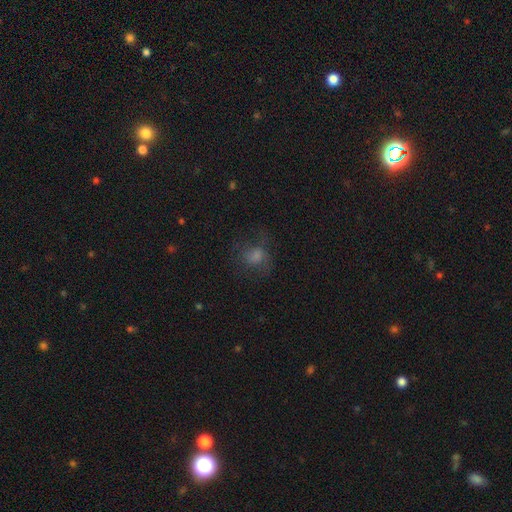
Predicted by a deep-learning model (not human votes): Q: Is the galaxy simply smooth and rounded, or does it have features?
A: smooth — 56%.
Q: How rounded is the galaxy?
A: round — 61%.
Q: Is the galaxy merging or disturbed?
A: none — 58%.